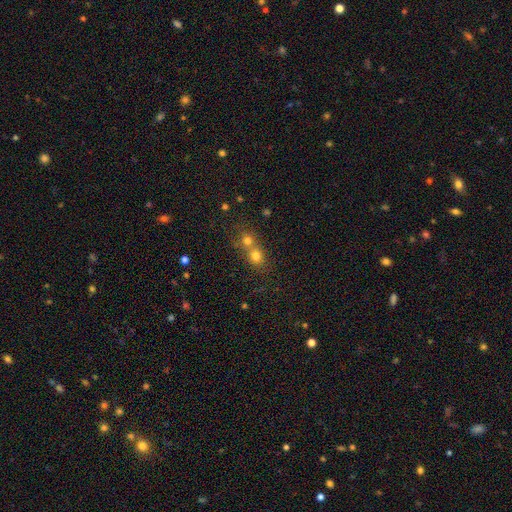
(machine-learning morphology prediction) Smooth or featured? smooth (72%)
How rounded? round (78%)
Merging? merger (55%)